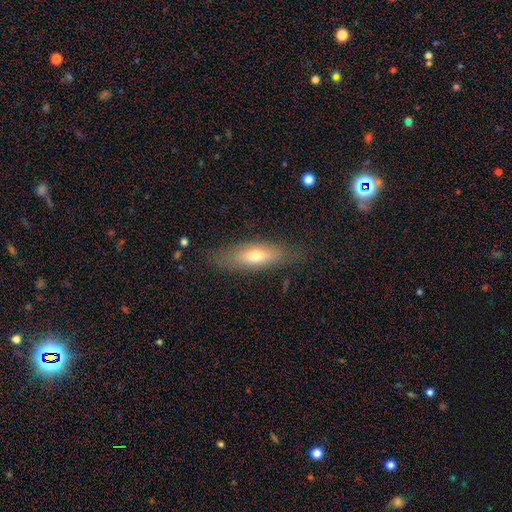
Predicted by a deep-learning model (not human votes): smooth_or_featured: smooth (p=0.61) [alt: featured or disk p=0.32]
how_rounded: cigar-shaped (p=0.50) [alt: in between p=0.47]
merging: none (p=0.80) [alt: minor disturbance p=0.14]